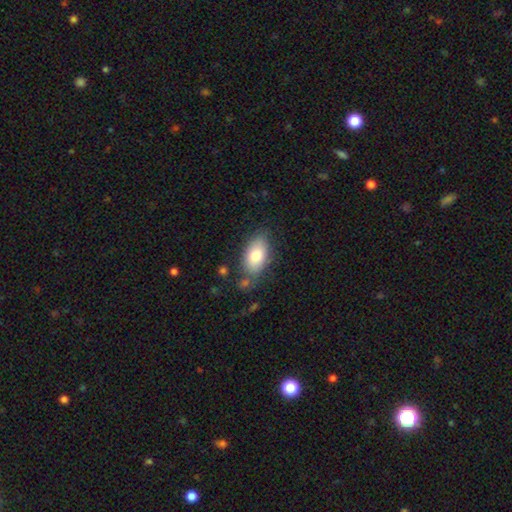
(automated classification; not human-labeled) This appears to be a smooth galaxy with no disk features (78%) that is in between round and cigar-shaped (92%). Merging: none (74%).